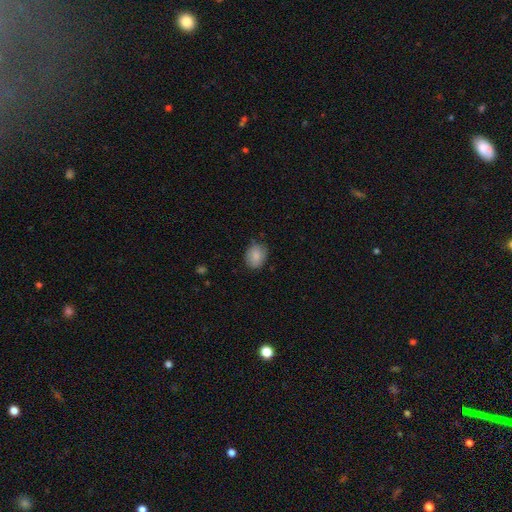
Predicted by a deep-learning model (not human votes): Smooth or featured? smooth (84%)
How rounded? in between (53%)
Merging? none (75%)